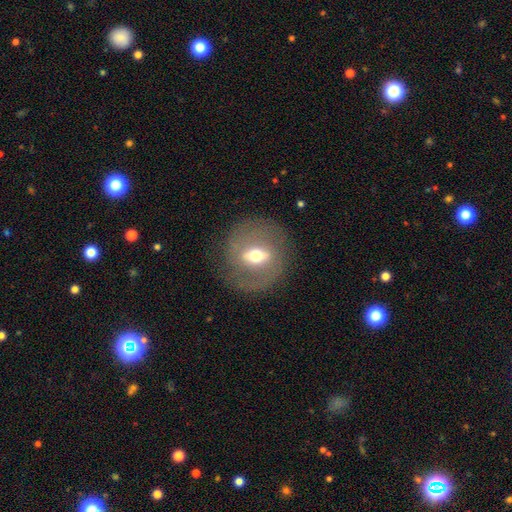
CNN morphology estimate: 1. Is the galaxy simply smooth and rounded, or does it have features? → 66% featured or disk, 27% smooth, 7% star or artifact.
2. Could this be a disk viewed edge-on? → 86% no, 14% yes.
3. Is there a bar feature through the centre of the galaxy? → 48% strong, 36% weak, 16% no.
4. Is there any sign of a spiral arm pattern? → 63% no, 37% yes.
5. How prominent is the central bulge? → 69% moderate, 18% small, 11% large, 1% dominant, 1% none.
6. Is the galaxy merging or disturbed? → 80% none, 11% minor disturbance, 8% major disturbance, 1% merger.